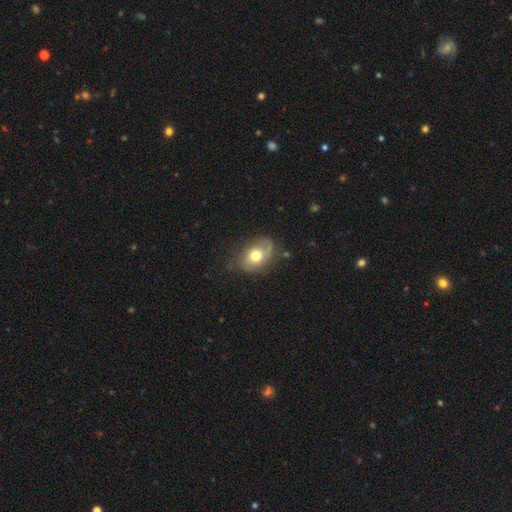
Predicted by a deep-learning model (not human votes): Smooth or featured: smooth — 63% (featured or disk — 28%)
How rounded: in between — 73% (round — 26%)
Merging: none — 54% (minor disturbance — 29%)